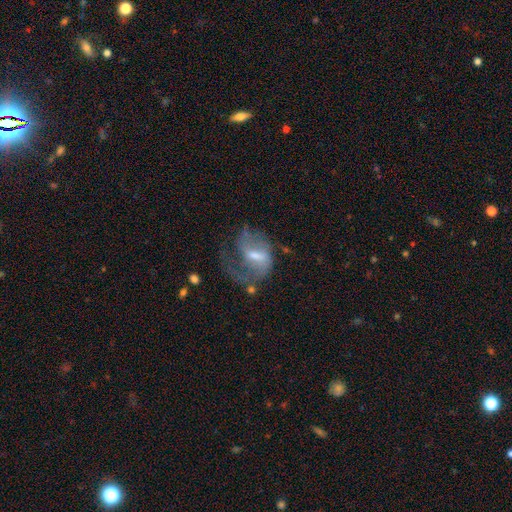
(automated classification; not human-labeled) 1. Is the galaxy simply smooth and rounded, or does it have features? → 68% featured or disk, 24% smooth, 9% star or artifact.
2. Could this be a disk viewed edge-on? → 96% no, 4% yes.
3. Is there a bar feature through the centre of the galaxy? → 55% weak, 23% no, 22% strong.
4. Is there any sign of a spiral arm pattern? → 75% yes, 25% no.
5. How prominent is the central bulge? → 48% moderate, 34% small, 9% none, 7% large, 1% dominant.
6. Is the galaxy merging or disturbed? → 42% major disturbance, 34% none, 20% minor disturbance, 5% merger.